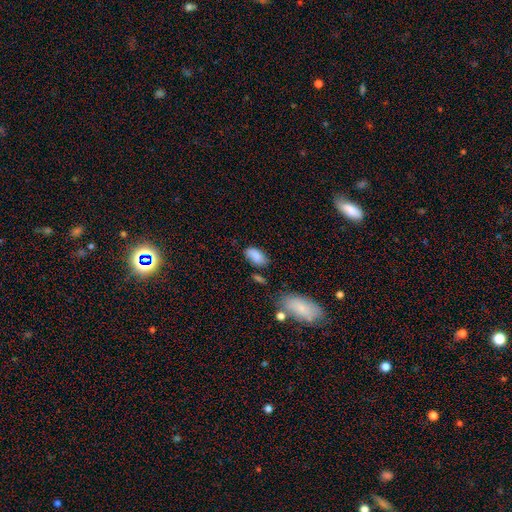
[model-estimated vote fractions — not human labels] Q: Smooth or featured?
A: smooth (84%); runner-up: featured or disk (8%)
Q: How rounded?
A: in between (93%); runner-up: round (4%)
Q: Merging?
A: none (67%); runner-up: minor disturbance (22%)